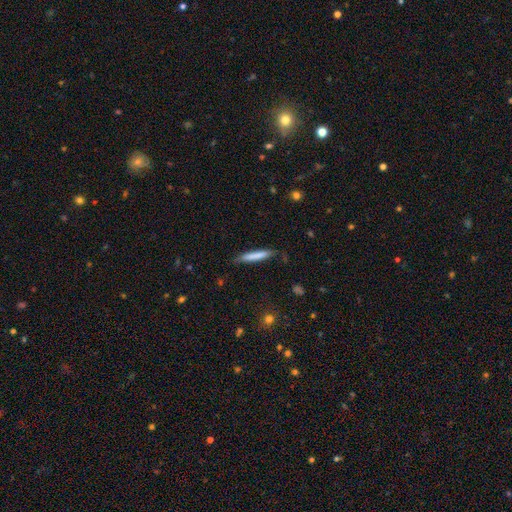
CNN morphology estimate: smooth-or-featured: smooth: 75% | featured or disk: 20% | star or artifact: 6%
  how-rounded: cigar-shaped: 94% | in between: 5% | round: 1%
  merging: none: 81% | minor disturbance: 15% | major disturbance: 3% | merger: 2%